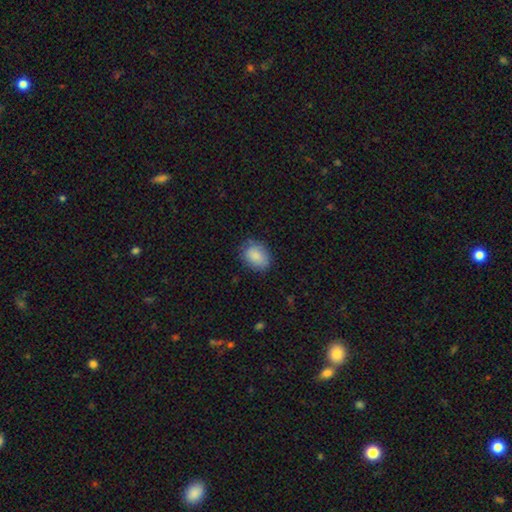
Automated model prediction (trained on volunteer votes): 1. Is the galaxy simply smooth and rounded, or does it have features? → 86% smooth, 7% star or artifact, 6% featured or disk.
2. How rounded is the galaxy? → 68% in between, 31% round, 1% cigar-shaped.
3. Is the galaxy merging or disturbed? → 75% none, 19% minor disturbance, 4% major disturbance, 1% merger.